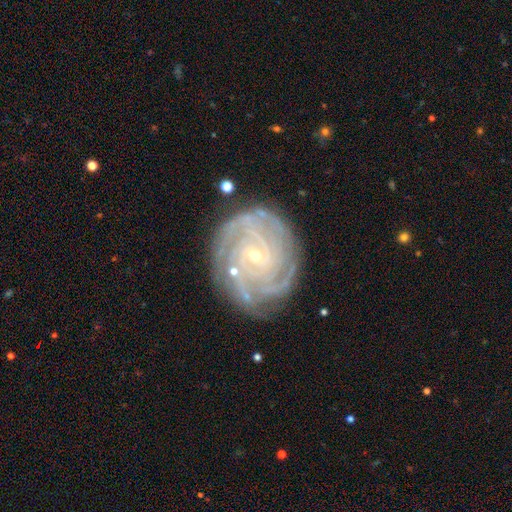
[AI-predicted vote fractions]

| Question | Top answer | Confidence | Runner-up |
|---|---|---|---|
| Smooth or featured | featured or disk | 89% | star or artifact (5%) |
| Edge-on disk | no | 97% | yes (3%) |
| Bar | no | 58% | weak (31%) |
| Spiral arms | yes | 98% | no (2%) |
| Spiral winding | tight | 81% | medium (17%) |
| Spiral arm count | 4 | 29% | can't tell (20%) |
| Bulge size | small | 80% | moderate (17%) |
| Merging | none | 79% | minor disturbance (15%) |